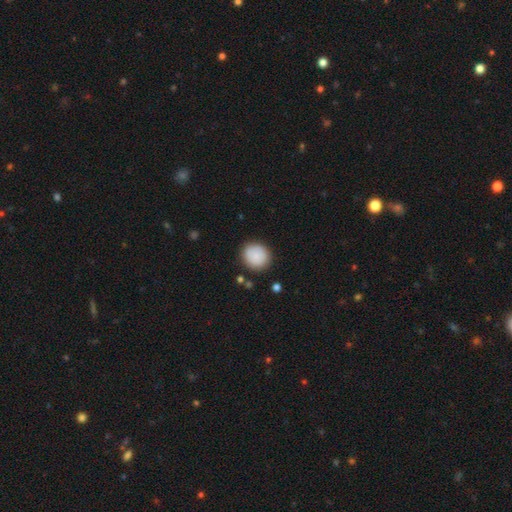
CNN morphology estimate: This is clearly a smooth galaxy (88%). How rounded: clearly round (86%). Merging: clearly none (86%).